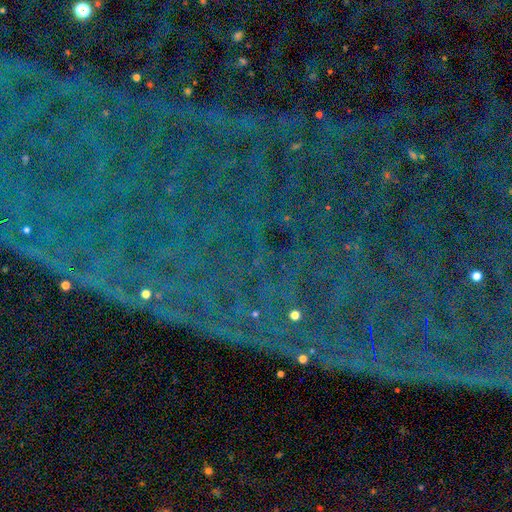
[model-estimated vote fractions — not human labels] This is clearly a star or artifact rather than a galaxy (87%).